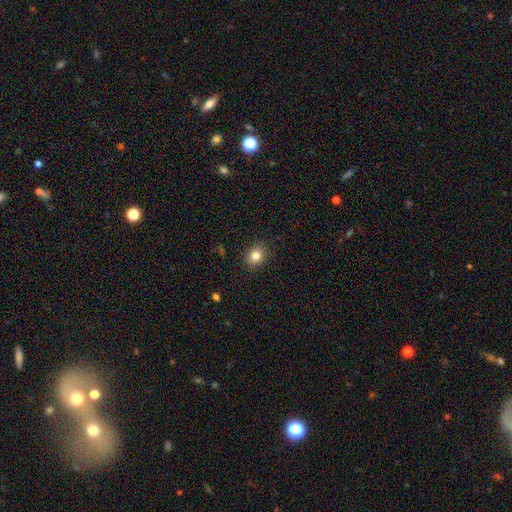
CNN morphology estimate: smooth_or_featured: smooth (p=0.83) [alt: star or artifact p=0.10]
how_rounded: in between (p=0.50) [alt: round p=0.49]
merging: none (p=0.89) [alt: minor disturbance p=0.08]